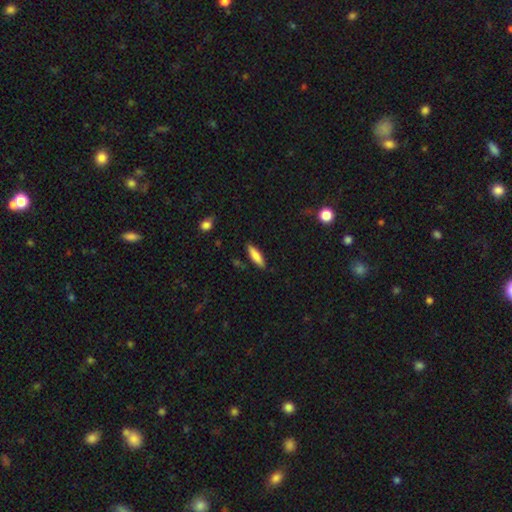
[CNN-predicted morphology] A smooth galaxy with no disk features (80%) that is cigar-shaped (65%). Merging: none (86%).